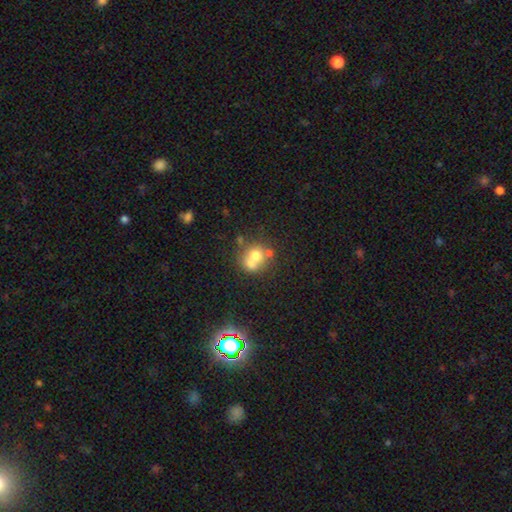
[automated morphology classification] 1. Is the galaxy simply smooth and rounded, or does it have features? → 61% smooth, 26% featured or disk, 13% star or artifact.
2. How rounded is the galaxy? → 81% round, 18% in between, 1% cigar-shaped.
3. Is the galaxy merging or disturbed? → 50% merger, 37% none, 9% minor disturbance, 5% major disturbance.